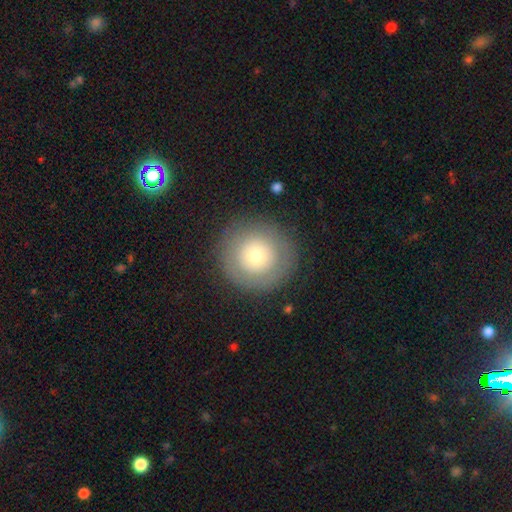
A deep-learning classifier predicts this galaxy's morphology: type=smooth (67%); roundness=round (95%); merging=none (87%).